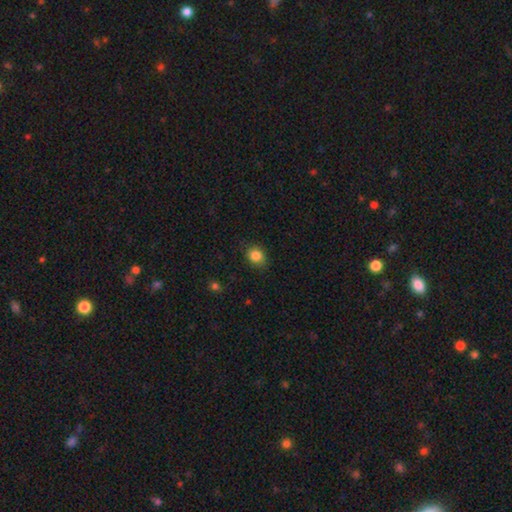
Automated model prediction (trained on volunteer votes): Smooth or featured?
  - smooth: 85% *
  - star or artifact: 10%
  - featured or disk: 4%
How rounded?
  - round: 65% *
  - in between: 34%
  - cigar-shaped: 1%
Merging?
  - none: 81% *
  - minor disturbance: 15%
  - major disturbance: 3%
  - merger: 1%